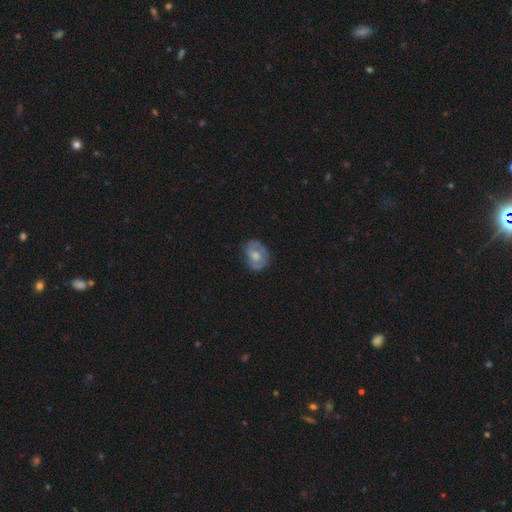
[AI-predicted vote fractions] smooth_or_featured: featured or disk (p=0.47) [alt: smooth p=0.46]
merging: none (p=0.68) [alt: minor disturbance p=0.23]